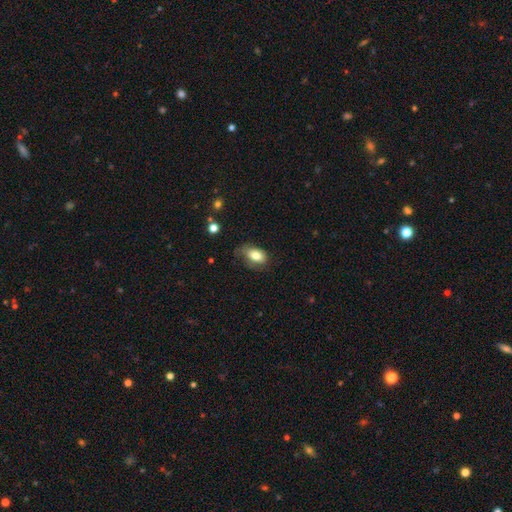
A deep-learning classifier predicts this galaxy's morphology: A smooth galaxy with no disk features (79%) that is in between round and cigar-shaped (90%). Merging: none (51%).